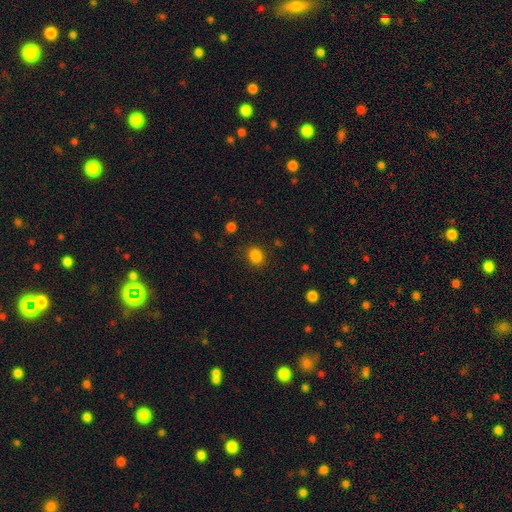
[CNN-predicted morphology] Smooth or featured? Predicted: smooth (p=0.84). How rounded? Predicted: round (p=0.64). Merging? Predicted: none (p=0.86).